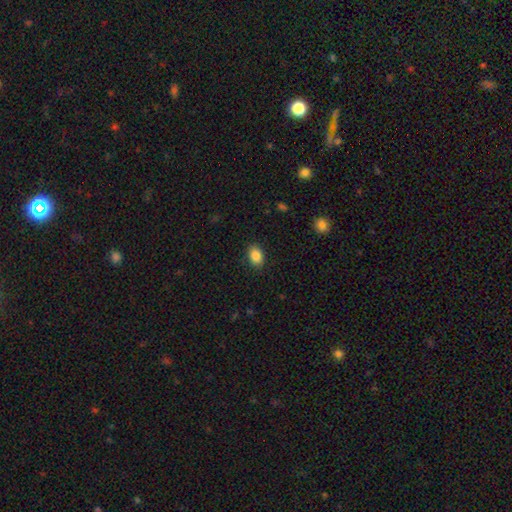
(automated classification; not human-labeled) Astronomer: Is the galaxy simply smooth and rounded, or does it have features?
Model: smooth — 87%.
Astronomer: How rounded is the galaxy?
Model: in between — 81%.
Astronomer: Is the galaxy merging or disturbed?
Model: none — 88%.